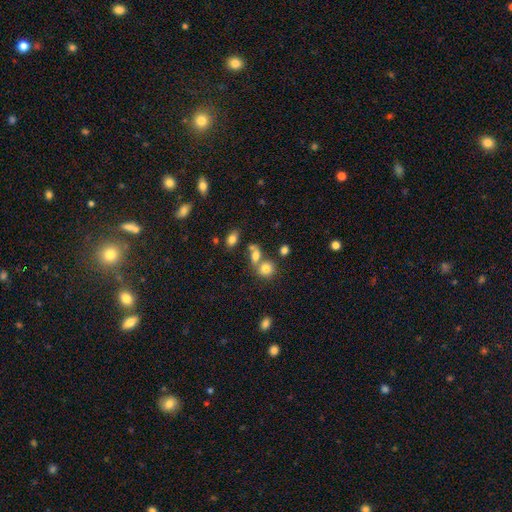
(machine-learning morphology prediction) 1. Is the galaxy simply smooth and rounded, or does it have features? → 50% smooth, 38% star or artifact, 11% featured or disk.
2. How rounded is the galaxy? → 72% round, 24% in between, 3% cigar-shaped.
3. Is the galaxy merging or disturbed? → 58% none, 27% merger, 9% minor disturbance, 6% major disturbance.